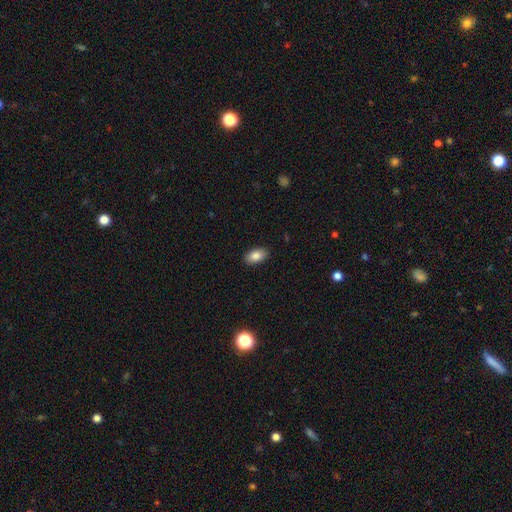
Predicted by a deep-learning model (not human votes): smooth-or-featured: smooth: 86% | star or artifact: 8% | featured or disk: 6%
  how-rounded: in between: 93% | round: 5% | cigar-shaped: 2%
  merging: none: 89% | minor disturbance: 8% | major disturbance: 2% | merger: 1%